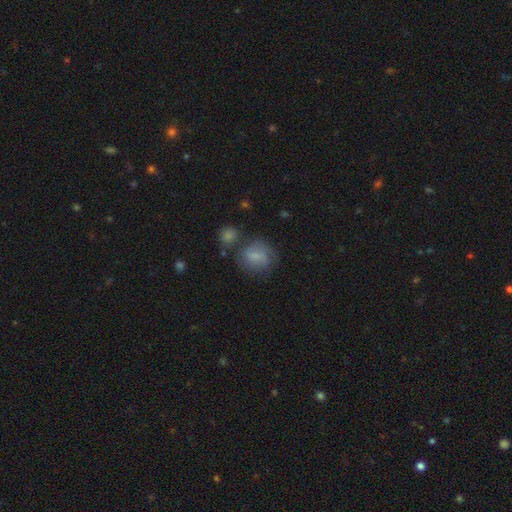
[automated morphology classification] Smooth or featured? Predicted: smooth (p=0.67). How rounded? Predicted: round (p=0.73). Merging? Predicted: none (p=0.58).